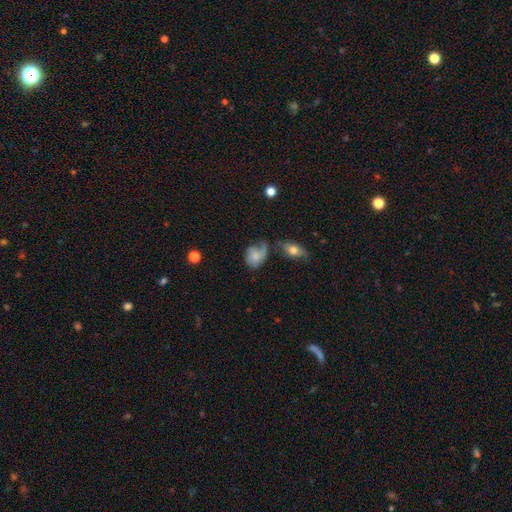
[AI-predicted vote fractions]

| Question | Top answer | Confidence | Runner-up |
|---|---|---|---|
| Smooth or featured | smooth | 63% | featured or disk (28%) |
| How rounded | in between | 67% | round (31%) |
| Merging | none | 31% | tied: minor disturbance (31%) |